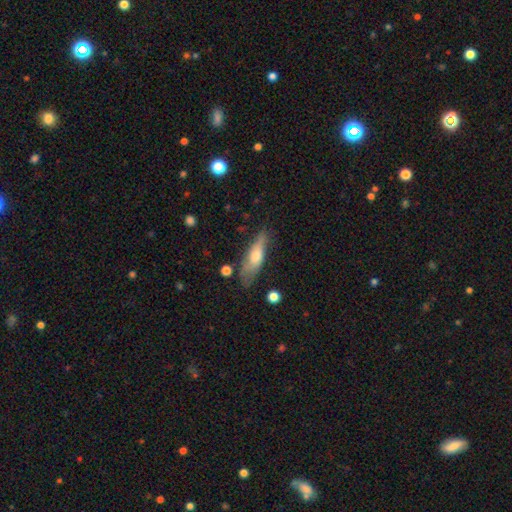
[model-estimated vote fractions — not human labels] This is possibly a smooth galaxy (58%). How rounded: possibly cigar-shaped (54%). Merging: likely none (66%).